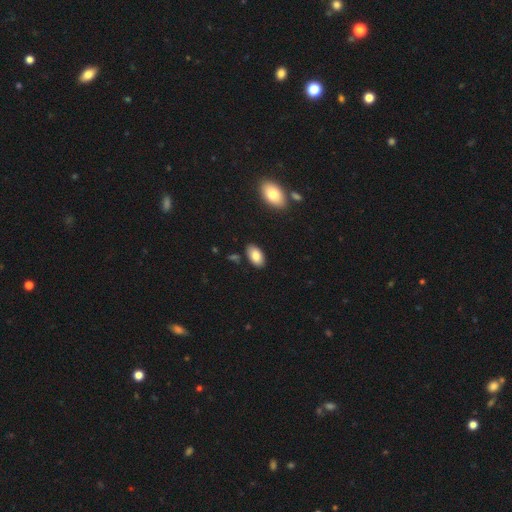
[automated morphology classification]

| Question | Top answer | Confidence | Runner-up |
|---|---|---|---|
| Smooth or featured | smooth | 84% | featured or disk (10%) |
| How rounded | in between | 95% | round (4%) |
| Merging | none | 86% | minor disturbance (9%) |